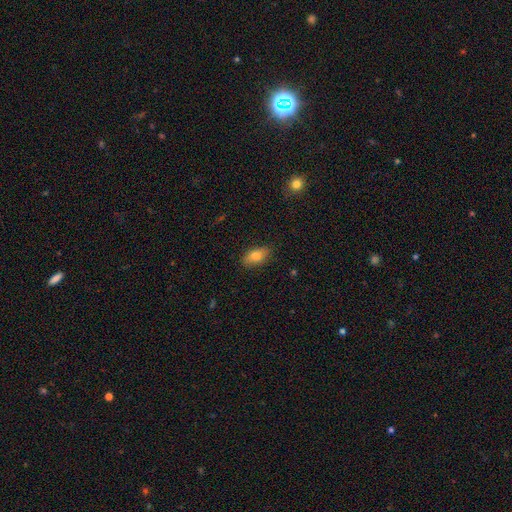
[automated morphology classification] This appears to be a smooth galaxy with no disk features (77%) that is in between round and cigar-shaped (85%). Merging: none (84%).